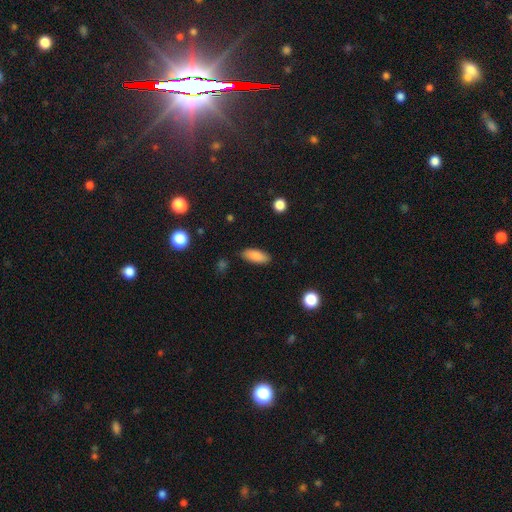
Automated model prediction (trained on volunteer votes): A smooth galaxy with no disk features (85%) that is in between round and cigar-shaped (79%).

Vote fractions:
- Smooth or featured? smooth: 85% / featured or disk: 7% / star or artifact: 7%
- How rounded? in between: 79% / cigar-shaped: 18% / round: 2%
- Merging? none: 86% / minor disturbance: 10% / major disturbance: 2% / merger: 2%